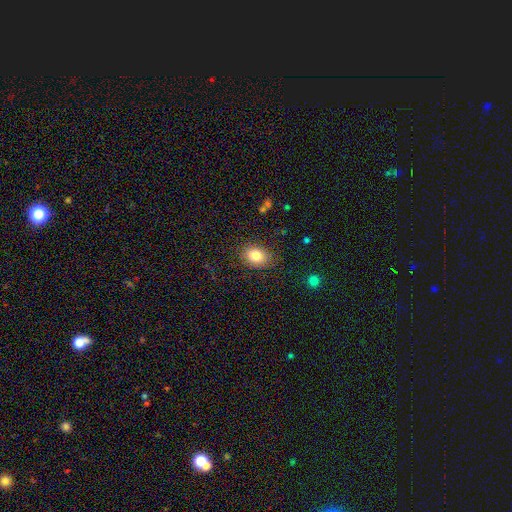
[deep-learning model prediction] Q: Smooth or featured?
A: smooth (82%); runner-up: star or artifact (9%)
Q: How rounded?
A: in between (65%); runner-up: round (34%)
Q: Merging?
A: none (85%); runner-up: minor disturbance (11%)